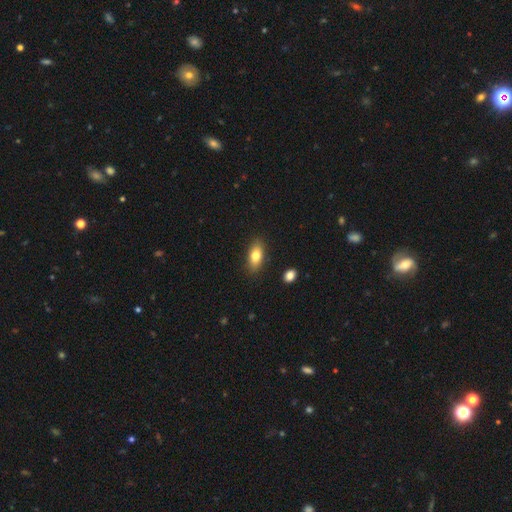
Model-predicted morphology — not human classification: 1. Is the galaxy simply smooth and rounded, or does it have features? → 78% smooth, 15% featured or disk, 7% star or artifact.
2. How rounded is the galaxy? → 84% in between, 11% cigar-shaped, 5% round.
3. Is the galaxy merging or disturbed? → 87% none, 9% minor disturbance, 2% major disturbance, 2% merger.